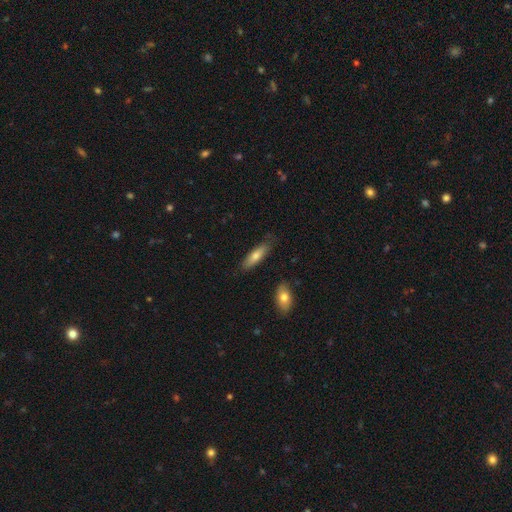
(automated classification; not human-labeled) Smooth or featured? smooth (71%)
How rounded? cigar-shaped (56%)
Merging? none (80%)